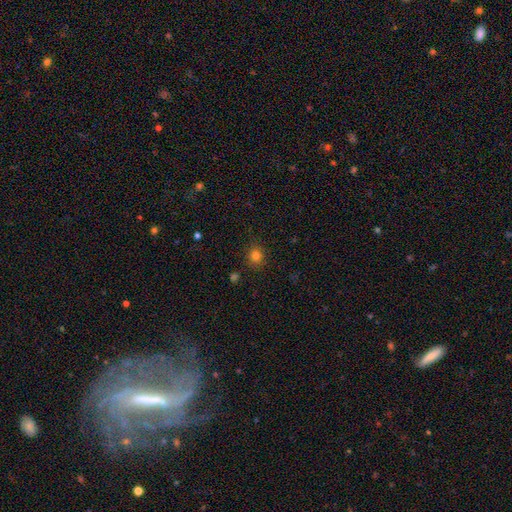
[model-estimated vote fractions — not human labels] This appears to be a smooth galaxy with no disk features (80%) that is round (79%). Merging: none (85%).